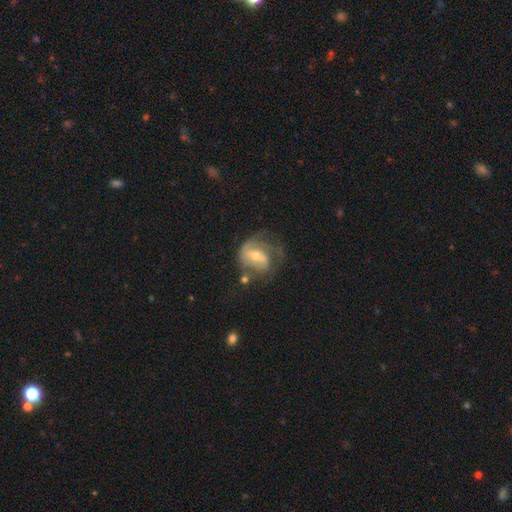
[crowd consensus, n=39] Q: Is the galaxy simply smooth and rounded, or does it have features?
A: featured or disk — 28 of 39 (72%).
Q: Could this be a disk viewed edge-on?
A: no — 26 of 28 (93%).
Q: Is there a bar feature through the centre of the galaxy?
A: weak — 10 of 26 (38%).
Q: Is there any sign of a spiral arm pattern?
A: yes — 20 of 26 (77%).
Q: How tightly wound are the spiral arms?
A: medium — 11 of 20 (55%).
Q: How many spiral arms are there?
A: can't tell — 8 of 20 (40%).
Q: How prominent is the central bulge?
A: moderate — 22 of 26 (85%).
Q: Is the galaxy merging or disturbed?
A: minor disturbance — 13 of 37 (35%).